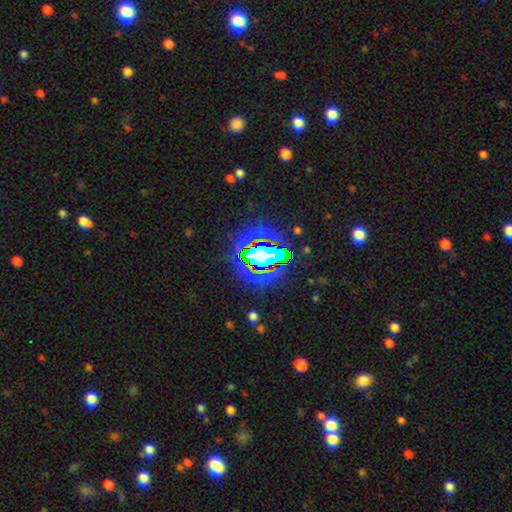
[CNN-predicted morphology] The model was most divided on "smooth or featured": star or artifact: 60%, smooth: 25%, featured or disk: 15%.